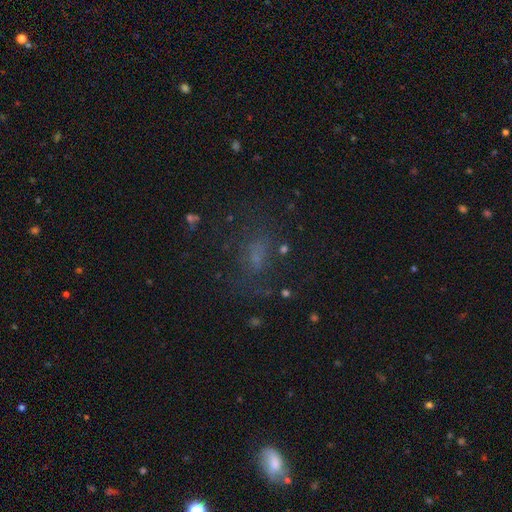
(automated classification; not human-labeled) The model was most divided on "smooth or featured": smooth: 47%, star or artifact: 27%, featured or disk: 26%. More confident: merging — none (54%).